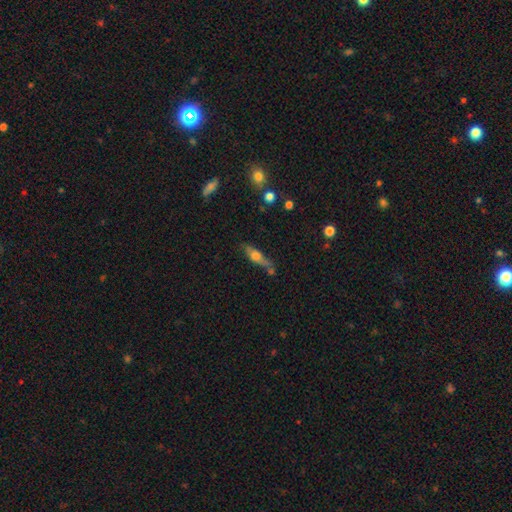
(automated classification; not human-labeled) The model was most divided on "smooth or featured": smooth: 47%, featured or disk: 44%, star or artifact: 9%. More confident: merging — none (55%).